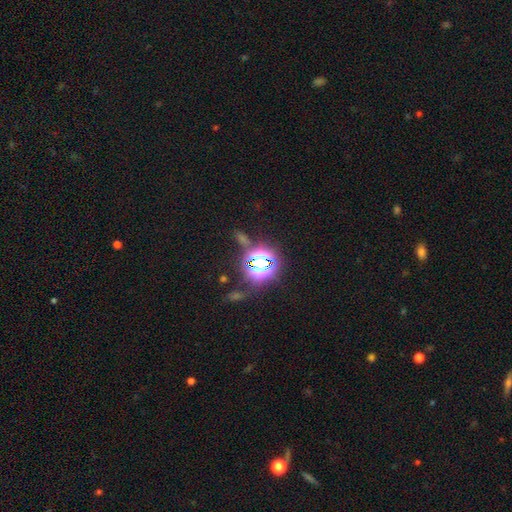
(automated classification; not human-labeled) A star or artifact, not a galaxy (78%).